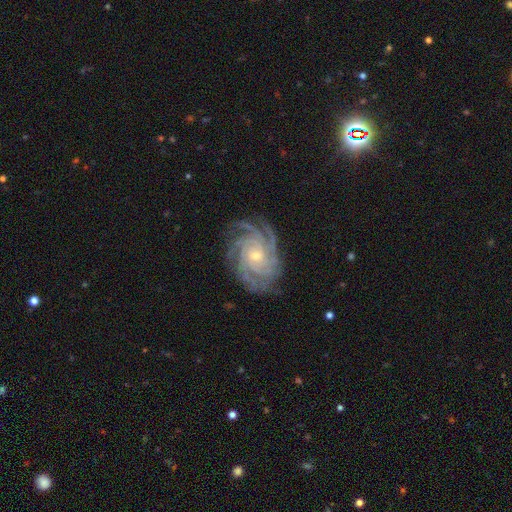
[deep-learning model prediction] featured or disk 91%, star or artifact 5%, smooth 4%. Down the decision tree: edge-on disk — no (97%); bar — no (72%); spiral arms — yes (99%); spiral arm count — 4 (36%); spiral winding — tight (75%); bulge size — small (64%); merging — none (80%).